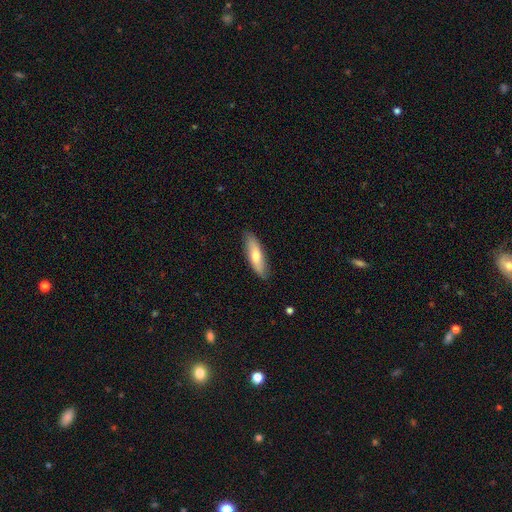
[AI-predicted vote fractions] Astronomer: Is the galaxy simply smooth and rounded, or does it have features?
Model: smooth — 69%.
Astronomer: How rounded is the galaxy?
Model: cigar-shaped — 58% (runner-up: in between, 40%).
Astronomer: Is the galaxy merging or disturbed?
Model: none — 86%.